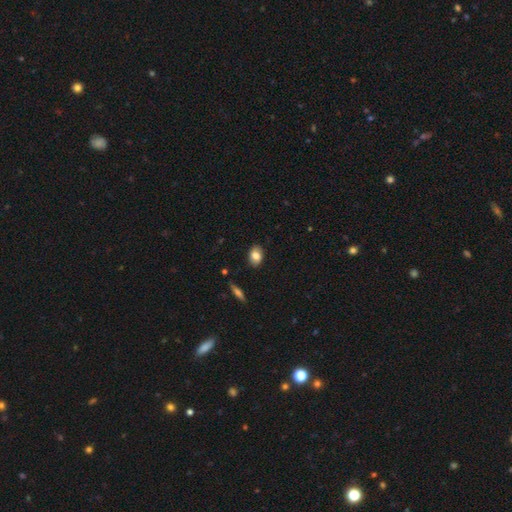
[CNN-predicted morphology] The model was most divided on "how rounded": in between: 80%, round: 18%, cigar-shaped: 2%. More confident: merging — none (87%); smooth or featured — smooth (81%).